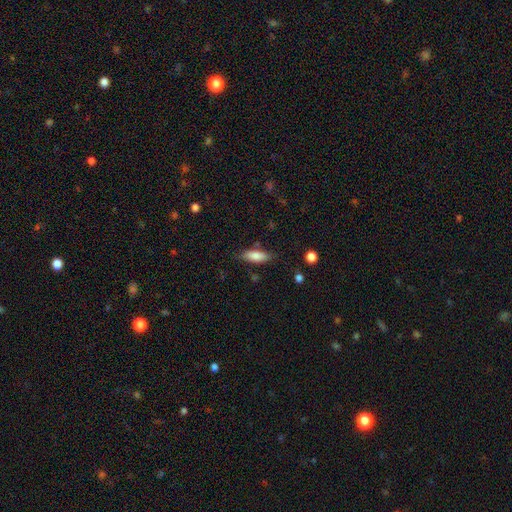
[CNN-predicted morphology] This appears to be a smooth galaxy with no disk features (79%) that is in between round and cigar-shaped (68%). Merging: none (77%).